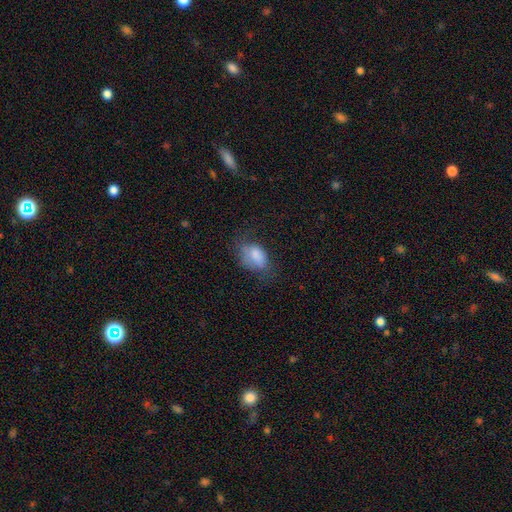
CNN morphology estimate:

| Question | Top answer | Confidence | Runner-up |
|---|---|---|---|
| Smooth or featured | smooth | 77% | featured or disk (14%) |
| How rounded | in between | 86% | round (13%) |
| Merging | none | 42% | minor disturbance (31%) |